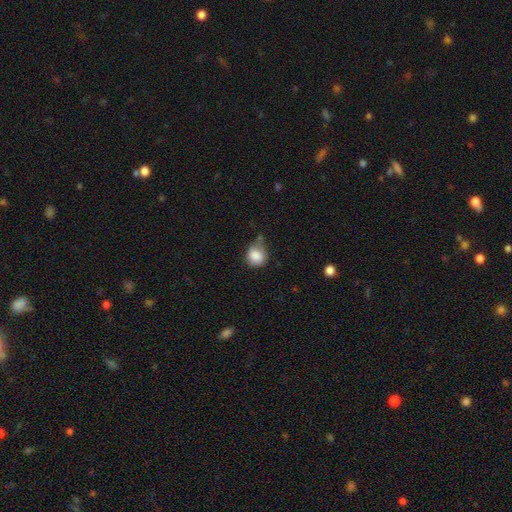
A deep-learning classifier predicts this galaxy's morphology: Smooth or featured: smooth — 85% (star or artifact — 8%)
How rounded: round — 72% (in between — 27%)
Merging: minor disturbance — 40% (none — 39%)